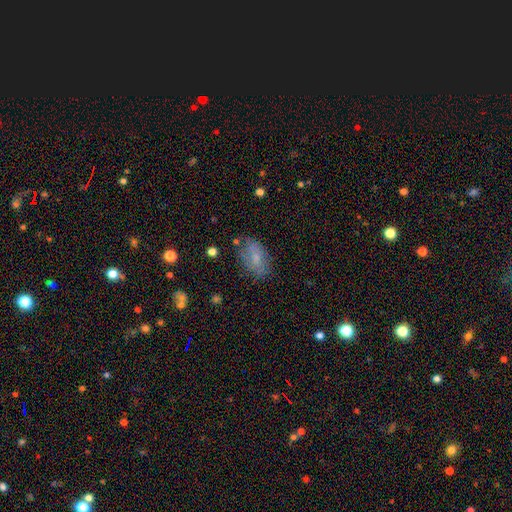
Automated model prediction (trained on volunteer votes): Q: Smooth or featured?
A: smooth (64%); runner-up: featured or disk (27%)
Q: How rounded?
A: in between (90%); runner-up: round (7%)
Q: Merging?
A: none (68%); runner-up: minor disturbance (22%)